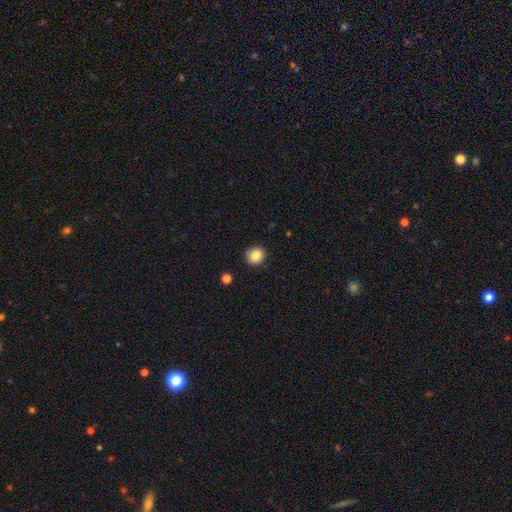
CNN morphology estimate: smooth 86%, star or artifact 10%, featured or disk 4%. Down the decision tree: how rounded — round (86%); merging — none (89%).